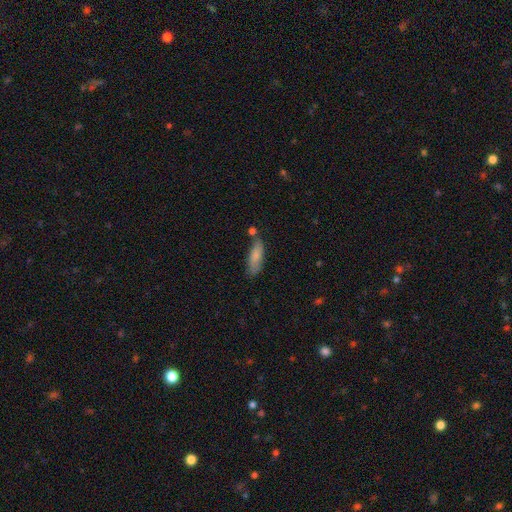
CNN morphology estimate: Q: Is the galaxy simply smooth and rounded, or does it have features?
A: smooth — 82%.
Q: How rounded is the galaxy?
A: in between — 55%.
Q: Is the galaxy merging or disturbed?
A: none — 61%.